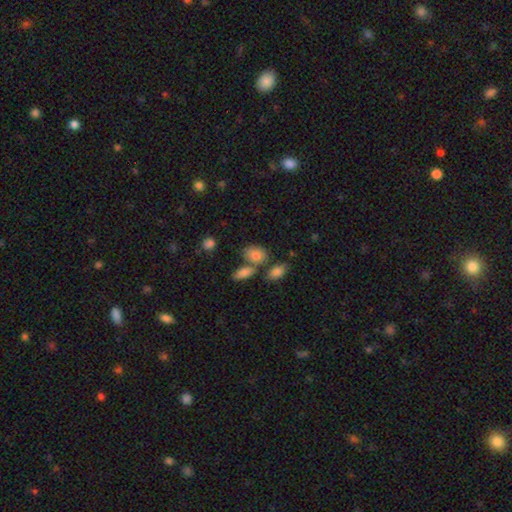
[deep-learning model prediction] Smooth or featured? Predicted: smooth (p=0.80). How rounded? Predicted: in between (p=0.73). Merging? Predicted: none (p=0.54).